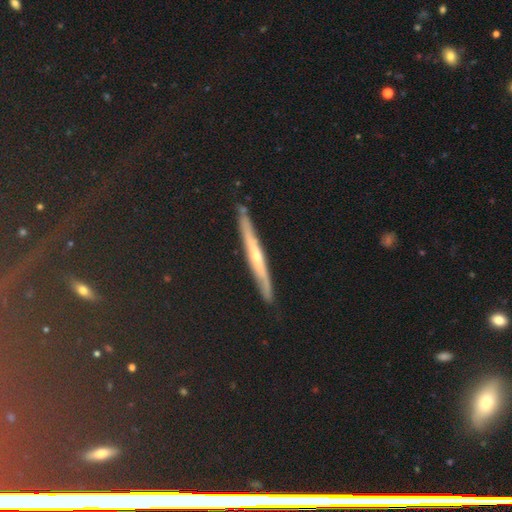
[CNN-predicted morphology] smooth_or_featured: featured or disk (p=0.49) [alt: star or artifact p=0.26]
merging: none (p=0.87) [alt: minor disturbance p=0.09]